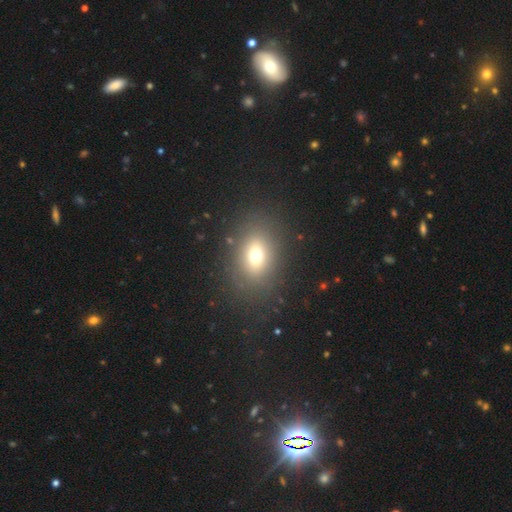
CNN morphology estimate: This is likely a smooth galaxy (68%). How rounded: likely in between (65%). Merging: clearly none (83%).